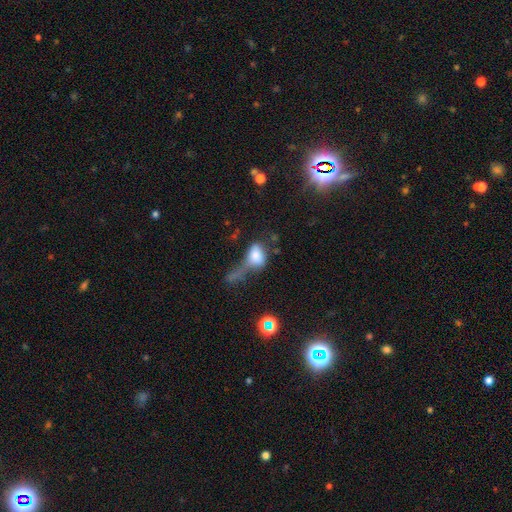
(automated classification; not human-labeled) This appears to be a smooth galaxy with no disk features (71%) that is in between round and cigar-shaped (79%). Merging: major disturbance (42%).